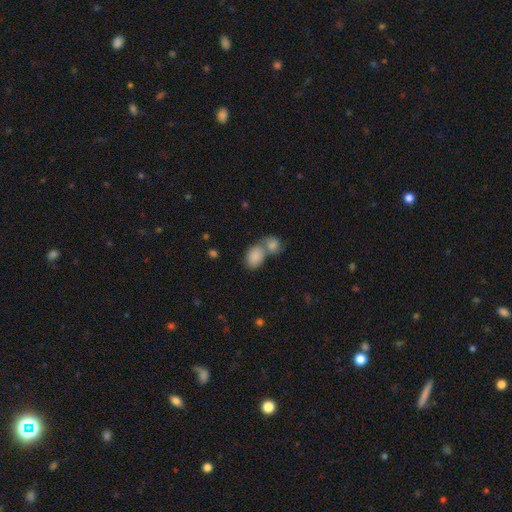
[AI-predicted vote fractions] The model was most divided on "merging": merger: 64%, none: 24%, minor disturbance: 8%, major disturbance: 4%. More confident: smooth or featured — smooth (85%); how rounded — in between (78%).